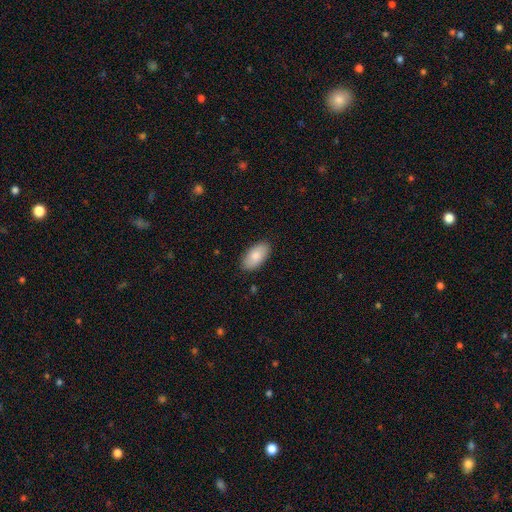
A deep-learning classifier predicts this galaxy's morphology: smooth_or_featured: smooth (p=0.83) [alt: featured or disk p=0.11]
how_rounded: in between (p=0.95) [alt: cigar-shaped p=0.03]
merging: none (p=0.88) [alt: minor disturbance p=0.09]